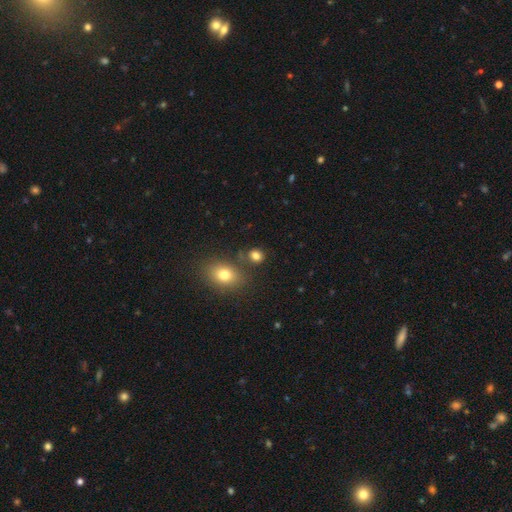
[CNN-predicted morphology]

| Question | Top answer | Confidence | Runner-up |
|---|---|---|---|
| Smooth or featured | smooth | 81% | star or artifact (13%) |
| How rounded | round | 60% | in between (39%) |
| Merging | none | 75% | minor disturbance (11%) |